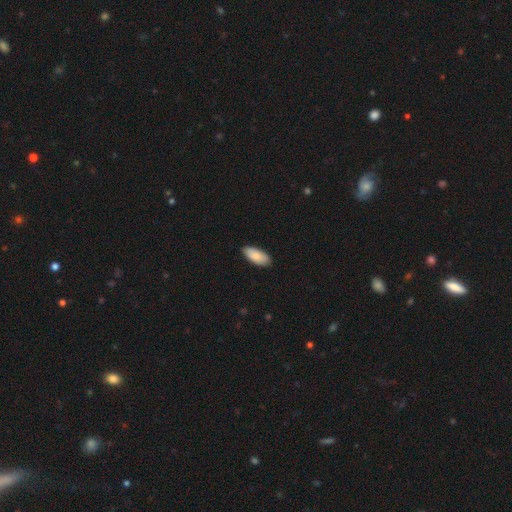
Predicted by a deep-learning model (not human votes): Smooth or featured? smooth (87%)
How rounded? in between (90%)
Merging? none (87%)